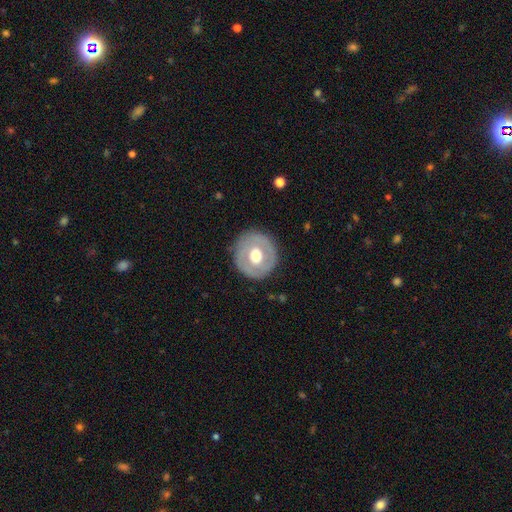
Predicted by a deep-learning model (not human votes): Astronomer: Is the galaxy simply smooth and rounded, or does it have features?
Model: featured or disk — 49% (runner-up: smooth, 45%).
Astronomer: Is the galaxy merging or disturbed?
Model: none — 84%.